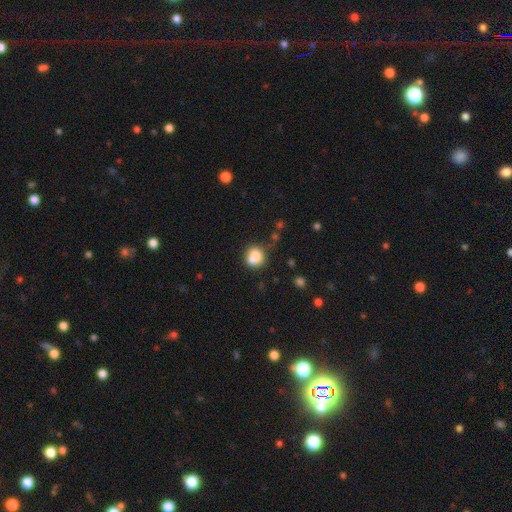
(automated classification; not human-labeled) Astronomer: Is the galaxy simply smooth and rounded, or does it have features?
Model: smooth — 75%.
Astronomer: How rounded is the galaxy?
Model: round — 75%.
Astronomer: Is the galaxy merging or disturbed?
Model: none — 42% (runner-up: merger, 38%).